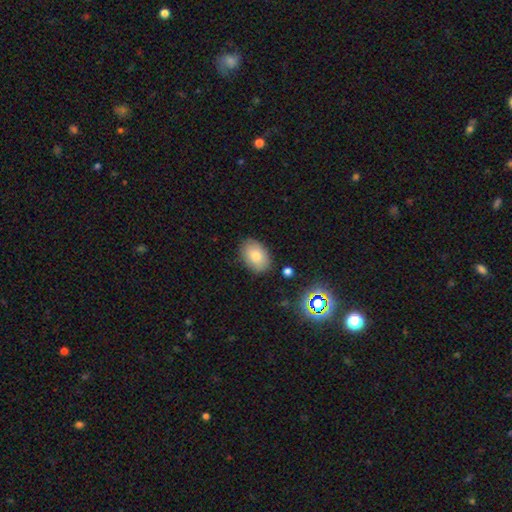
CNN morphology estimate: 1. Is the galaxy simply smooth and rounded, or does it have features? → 80% smooth, 11% featured or disk, 9% star or artifact.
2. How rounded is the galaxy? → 84% in between, 15% round, 1% cigar-shaped.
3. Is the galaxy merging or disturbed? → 83% none, 12% minor disturbance, 3% major disturbance, 2% merger.